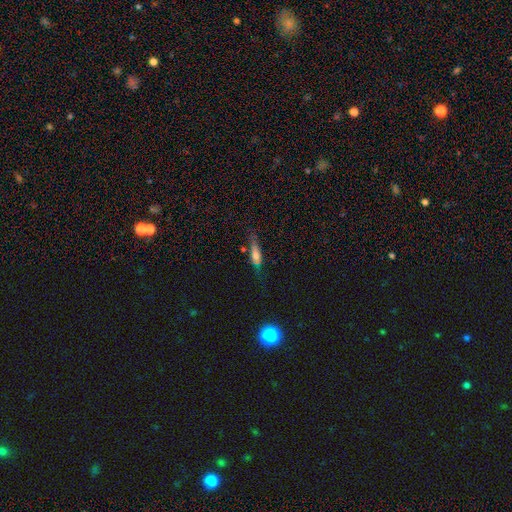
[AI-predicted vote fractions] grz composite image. It shows a smooth galaxy with no disk features (56%) that is cigar-shaped (54%). Merging: none (54%).